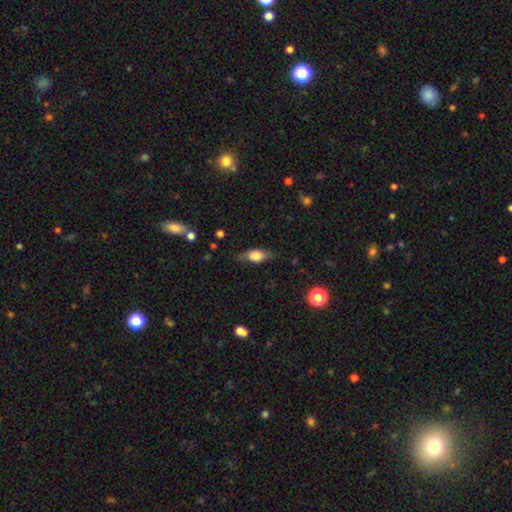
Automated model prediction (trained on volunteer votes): This appears to be a smooth galaxy with no disk features (62%) that is in between round and cigar-shaped (75%). Merging: none (69%).